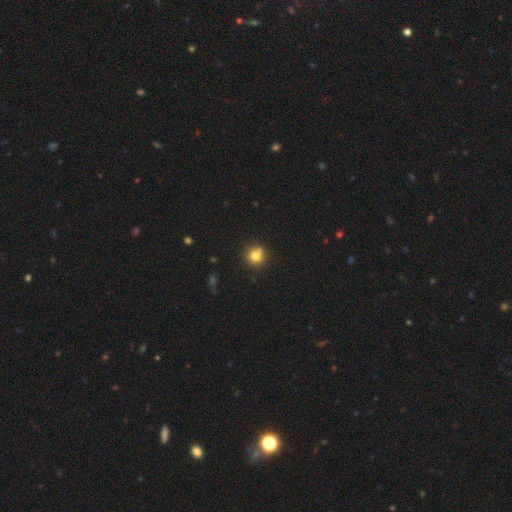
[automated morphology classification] Smooth or featured? smooth (80%)
How rounded? round (92%)
Merging? none (77%)